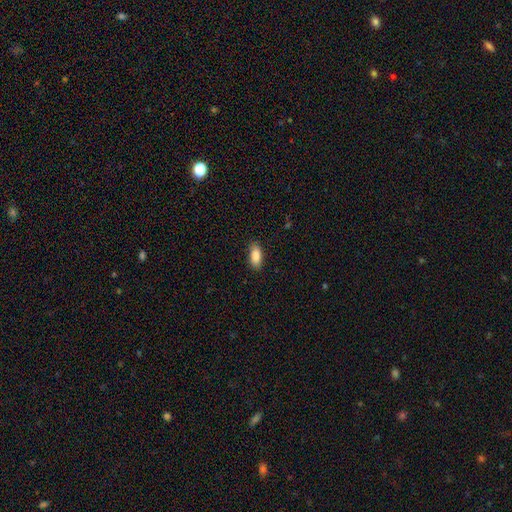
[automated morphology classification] smooth_or_featured: smooth (p=0.87) [alt: star or artifact p=0.07]
how_rounded: in between (p=0.87) [alt: cigar-shaped p=0.10]
merging: none (p=0.87) [alt: minor disturbance p=0.10]